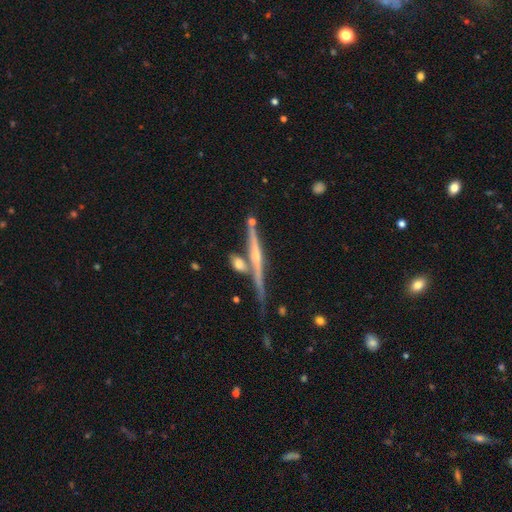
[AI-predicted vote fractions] Overall: featured or disk (81%). Edge-on disk: yes (98%). Edge-on bulge: rounded (66%). Merging: none (76%).